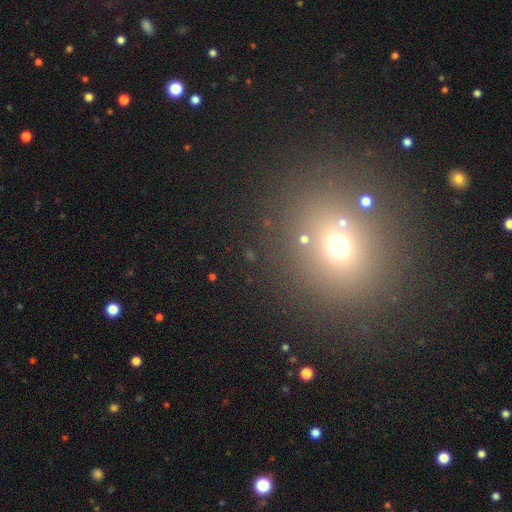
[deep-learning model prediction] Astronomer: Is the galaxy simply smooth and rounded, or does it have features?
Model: smooth — 49% (runner-up: star or artifact, 42%).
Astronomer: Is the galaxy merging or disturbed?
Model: none — 81%.